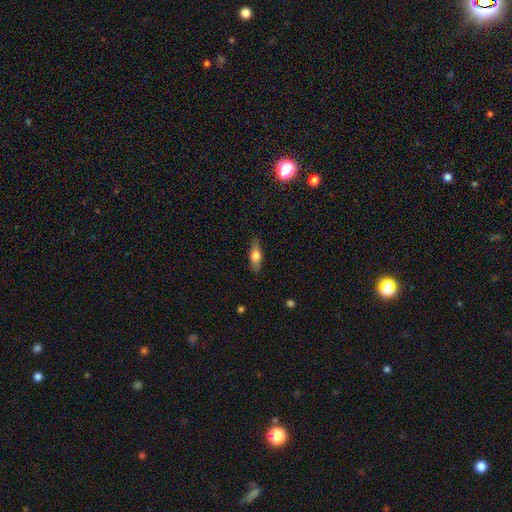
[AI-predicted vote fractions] Smooth or featured: smooth — 61% (featured or disk — 32%)
How rounded: in between — 60% (cigar-shaped — 37%)
Merging: none — 84% (minor disturbance — 12%)